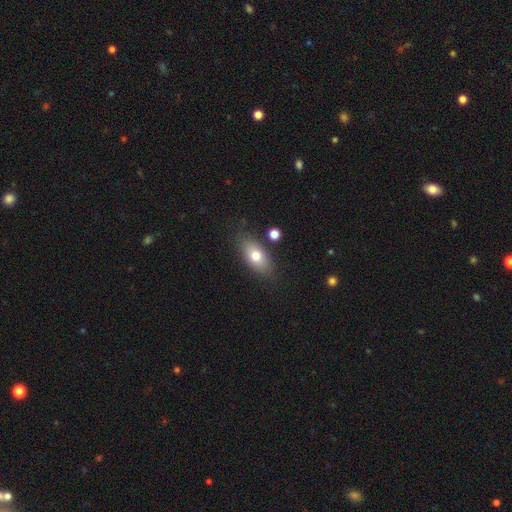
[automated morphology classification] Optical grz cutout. It shows a smooth galaxy with no disk features (74%) that is in between round and cigar-shaped (85%). Merging: none (80%).